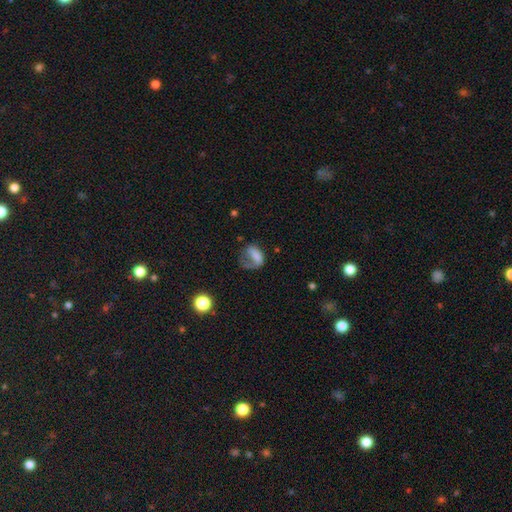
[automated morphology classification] type=smooth (58%); roundness=in between (71%); merging=major disturbance (51%).